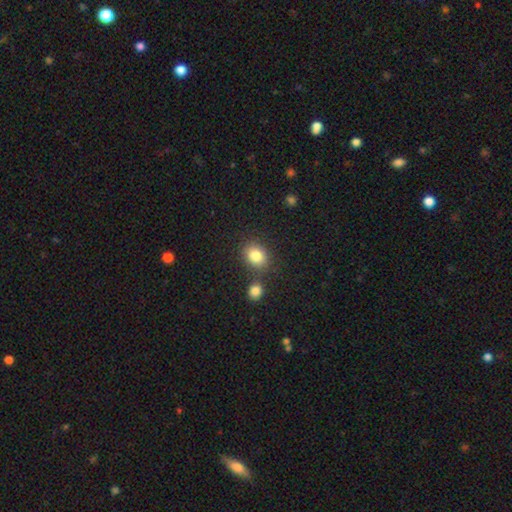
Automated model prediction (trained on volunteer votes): smooth-or-featured: smooth: 83% | star or artifact: 10% | featured or disk: 7%
  how-rounded: round: 50% | in between: 49% | cigar-shaped: 1%
  merging: none: 71% | merger: 15% | minor disturbance: 10% | major disturbance: 3%